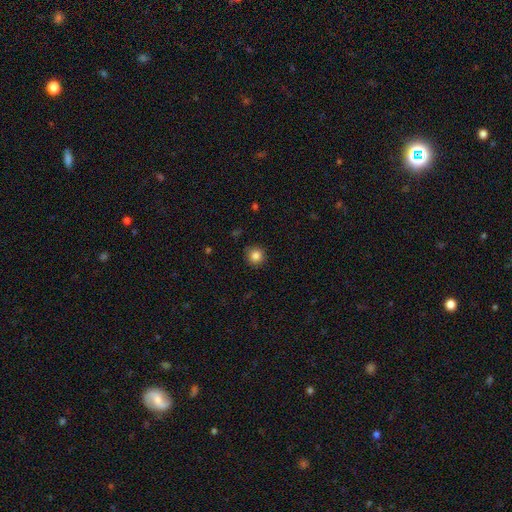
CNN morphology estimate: type=smooth (85%); roundness=round (94%); merging=none (90%).